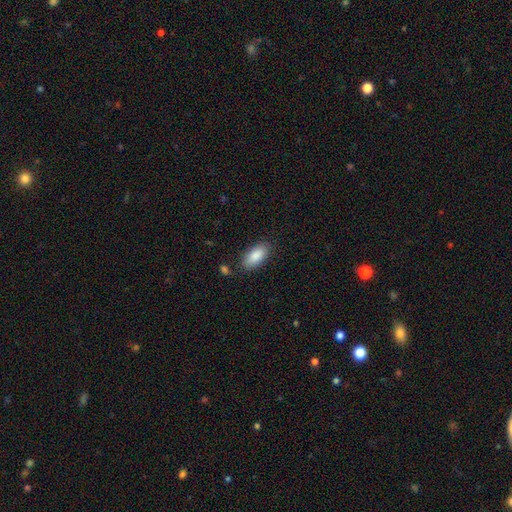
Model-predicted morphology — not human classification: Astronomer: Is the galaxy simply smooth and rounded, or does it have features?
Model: smooth — 88%.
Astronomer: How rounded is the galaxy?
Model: in between — 88%.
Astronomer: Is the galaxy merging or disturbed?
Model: none — 83%.